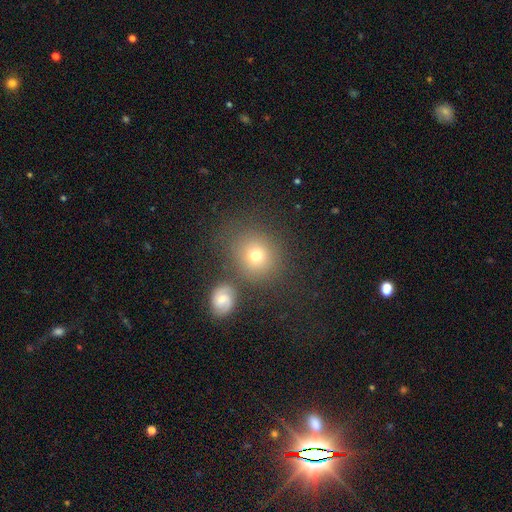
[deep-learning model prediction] Morphology: type=smooth (73%); roundness=round (77%); merging=none (74%).